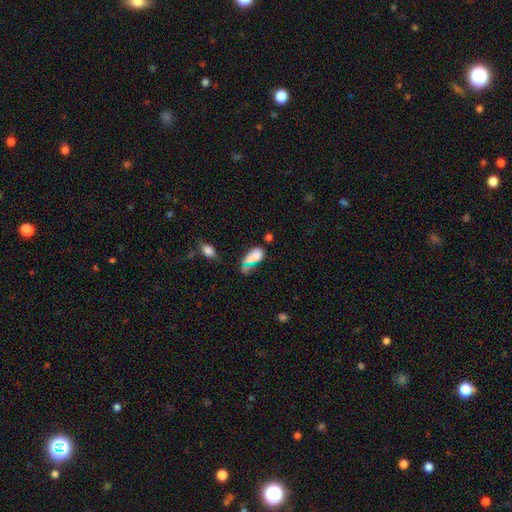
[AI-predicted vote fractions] The model was most divided on "merging": none: 43%, minor disturbance: 22%, merger: 22%, major disturbance: 13%. More confident: how rounded — in between (86%); smooth or featured — smooth (75%).